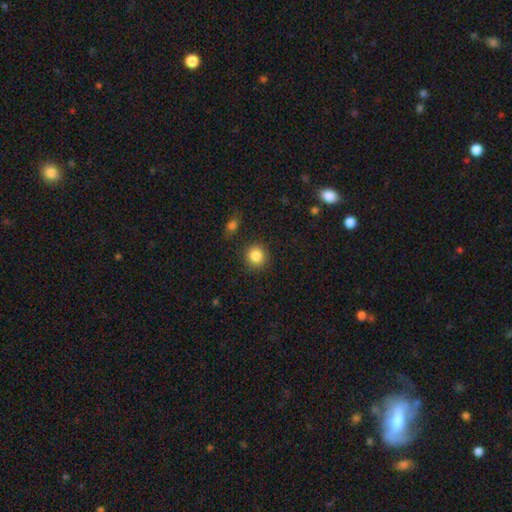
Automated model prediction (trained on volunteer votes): Q: Smooth or featured?
A: smooth (85%); runner-up: star or artifact (10%)
Q: How rounded?
A: round (90%); runner-up: in between (9%)
Q: Merging?
A: none (87%); runner-up: minor disturbance (8%)